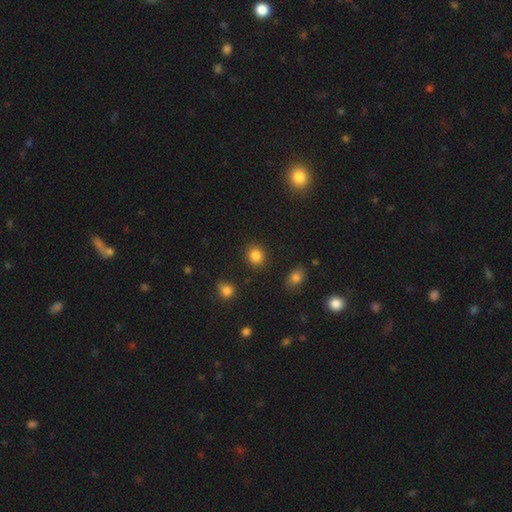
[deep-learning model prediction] Smooth or featured?
  - smooth: 85% *
  - star or artifact: 10%
  - featured or disk: 5%
How rounded?
  - round: 77% *
  - in between: 22%
  - cigar-shaped: 1%
Merging?
  - none: 87% *
  - minor disturbance: 8%
  - major disturbance: 3%
  - merger: 2%